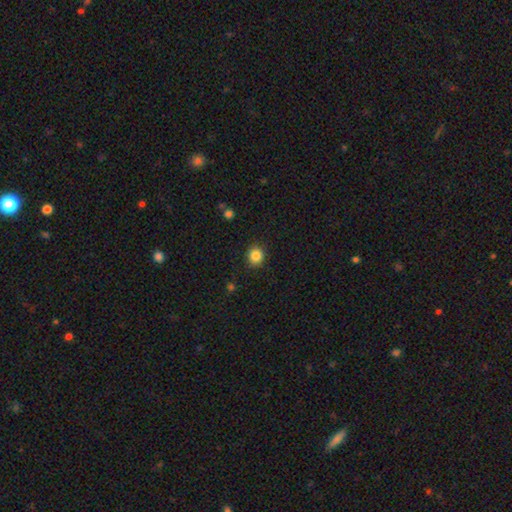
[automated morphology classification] Smooth or featured?
  - smooth: 86% *
  - star or artifact: 10%
  - featured or disk: 4%
How rounded?
  - round: 83% *
  - in between: 16%
  - cigar-shaped: 1%
Merging?
  - none: 89% *
  - minor disturbance: 7%
  - major disturbance: 2%
  - merger: 1%